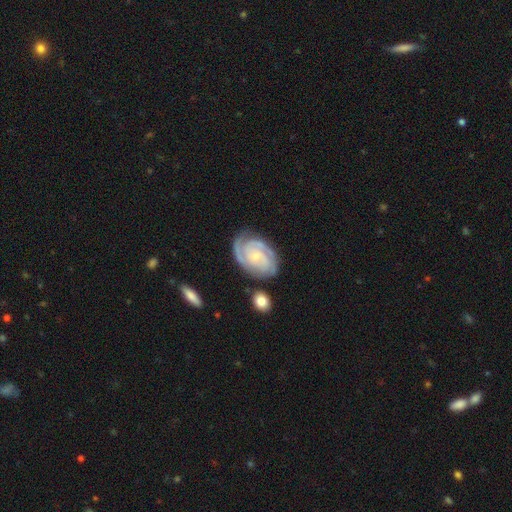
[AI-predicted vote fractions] This appears to be a featured or disk galaxy (89%) with no bar (66%), 2 (48%) tight (75%) spiral arms (98%) and a small central bulge (75%). Merging: none (74%).